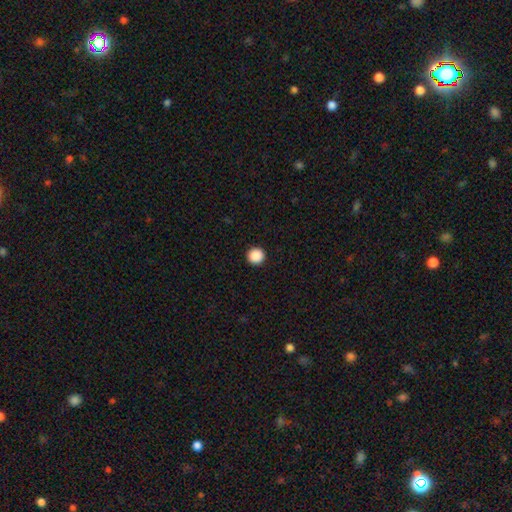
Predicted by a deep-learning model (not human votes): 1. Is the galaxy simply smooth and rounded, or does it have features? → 89% smooth, 9% star or artifact, 2% featured or disk.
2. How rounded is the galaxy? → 96% round, 3% in between, 1% cigar-shaped.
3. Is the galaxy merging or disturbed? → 94% none, 4% minor disturbance, 1% major disturbance, 1% merger.